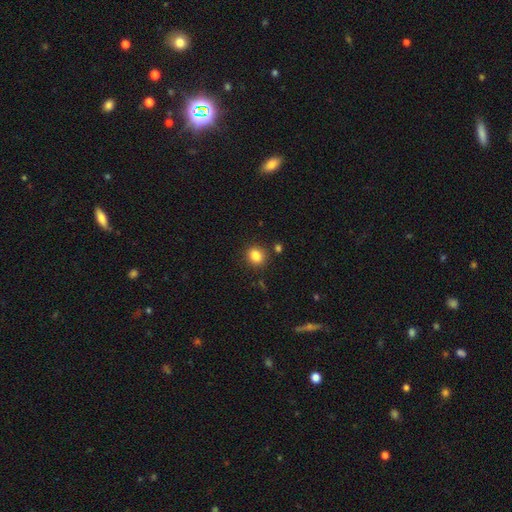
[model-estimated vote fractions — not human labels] Smooth or featured? smooth (84%)
How rounded? round (72%)
Merging? none (86%)